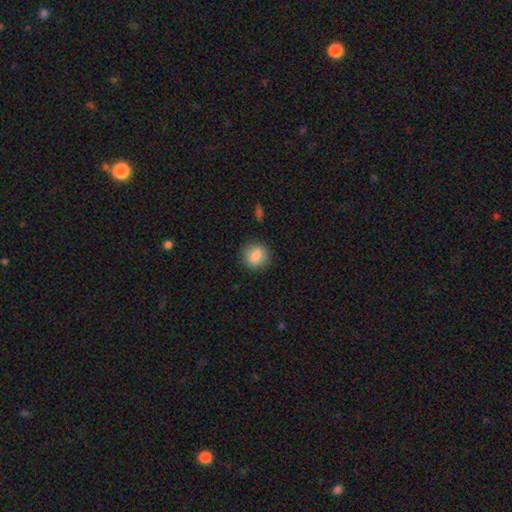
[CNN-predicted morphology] type=smooth (85%); roundness=round (83%); merging=none (88%).